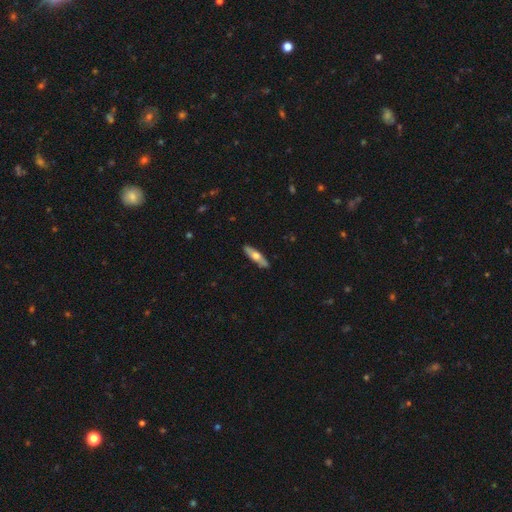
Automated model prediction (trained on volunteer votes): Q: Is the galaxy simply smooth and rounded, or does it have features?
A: smooth — 53%.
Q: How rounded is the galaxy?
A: cigar-shaped — 67%.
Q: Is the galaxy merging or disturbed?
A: none — 89%.